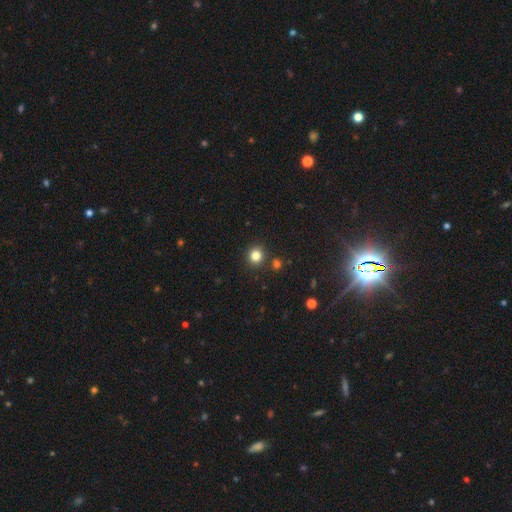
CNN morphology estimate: This appears to be a smooth galaxy with no disk features (82%) that is round (88%). Merging: none (86%).